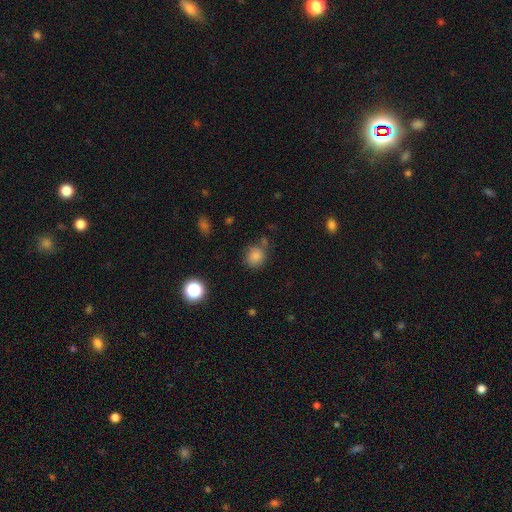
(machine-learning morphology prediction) A smooth galaxy with no disk features (82%) that is round (75%). Merging: none (67%).